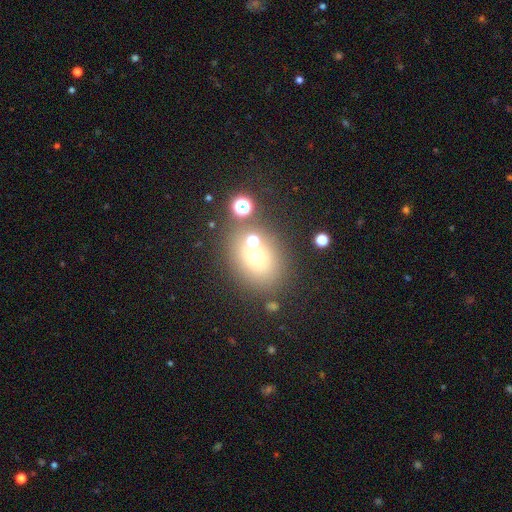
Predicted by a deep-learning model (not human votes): A smooth galaxy with no disk features (60%) that is round (56%).

Vote fractions:
- Smooth or featured? smooth: 60% / star or artifact: 21% / featured or disk: 19%
- How rounded? round: 56% / in between: 43% / cigar-shaped: 1%
- Merging? none: 61% / merger: 21% / minor disturbance: 12% / major disturbance: 6%